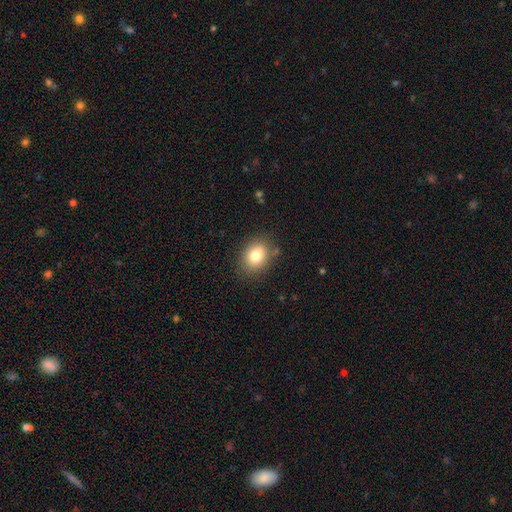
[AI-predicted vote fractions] Overall: smooth (81%). How rounded: in between (54%; round 45%). Merging: none (81%).